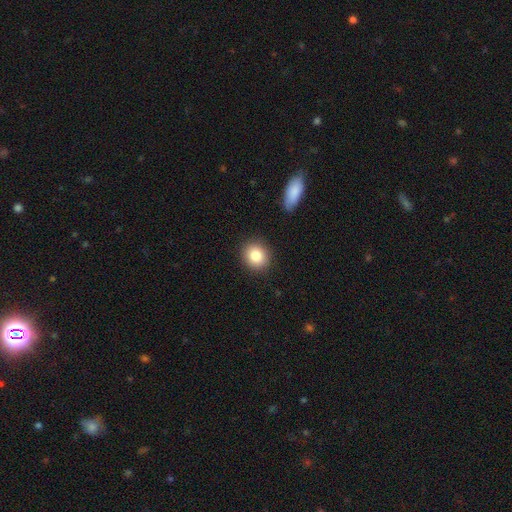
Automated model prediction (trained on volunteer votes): A smooth galaxy with no disk features (84%) that is round (80%). Merging: none (89%).